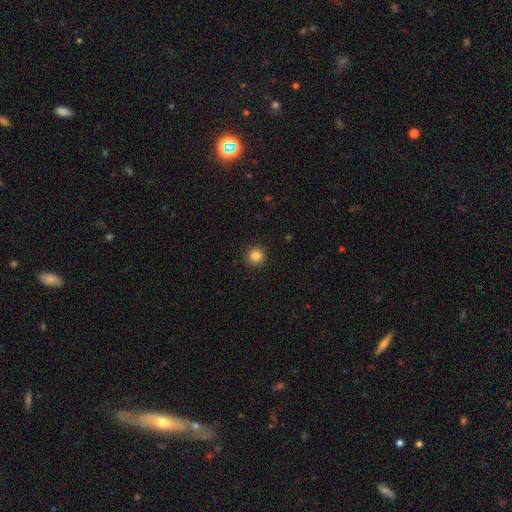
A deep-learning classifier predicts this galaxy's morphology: Smooth or featured?
  - smooth: 85% *
  - star or artifact: 11%
  - featured or disk: 4%
How rounded?
  - round: 95% *
  - in between: 4%
  - cigar-shaped: 1%
Merging?
  - none: 93% *
  - minor disturbance: 5%
  - major disturbance: 2%
  - merger: 1%